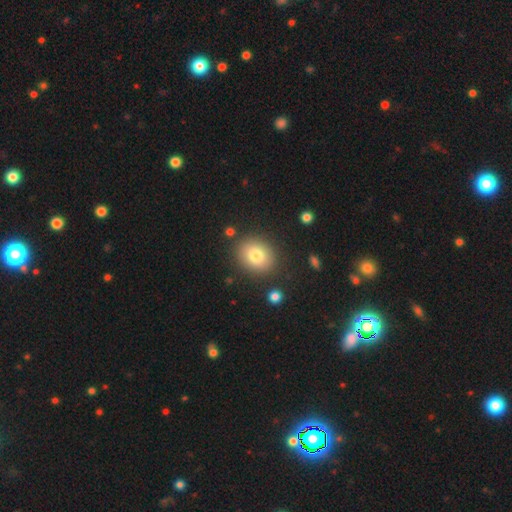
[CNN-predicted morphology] Smooth or featured: smooth — 79% (featured or disk — 11%)
How rounded: round — 62% (in between — 37%)
Merging: none — 85% (minor disturbance — 9%)